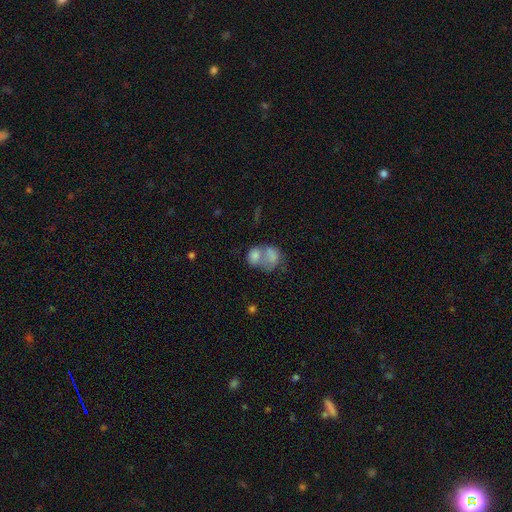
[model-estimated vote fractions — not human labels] smooth-or-featured: smooth: 72% | featured or disk: 19% | star or artifact: 9%
  how-rounded: in between: 55% | round: 44% | cigar-shaped: 1%
  merging: merger: 67% | none: 18% | major disturbance: 8% | minor disturbance: 7%